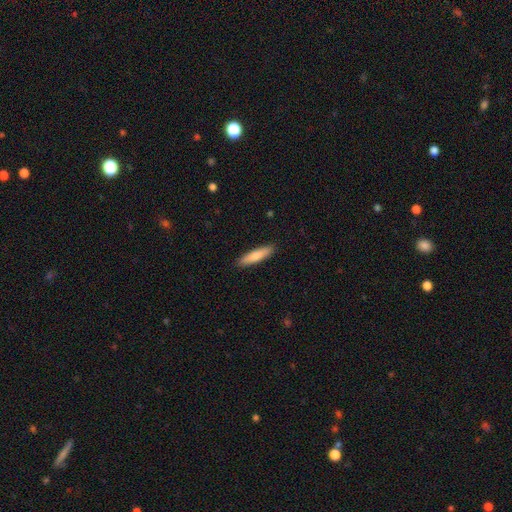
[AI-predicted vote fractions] Smooth or featured: smooth — 75% (featured or disk — 19%)
How rounded: cigar-shaped — 78% (in between — 20%)
Merging: none — 91% (minor disturbance — 7%)